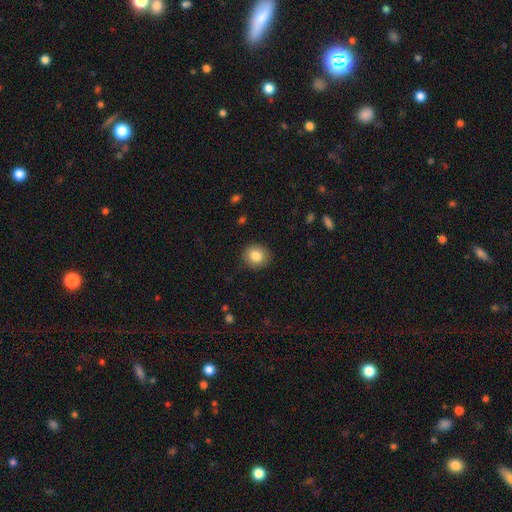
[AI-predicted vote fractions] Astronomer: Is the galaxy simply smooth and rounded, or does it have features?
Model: smooth — 84%.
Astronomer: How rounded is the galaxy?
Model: round — 84%.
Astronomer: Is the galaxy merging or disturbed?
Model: none — 90%.